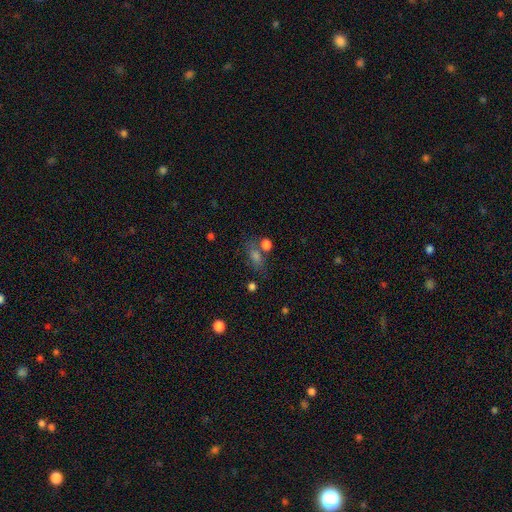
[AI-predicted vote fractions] This is possibly a smooth galaxy (59%). How rounded: likely in between (69%). Merging: likely none (63%).